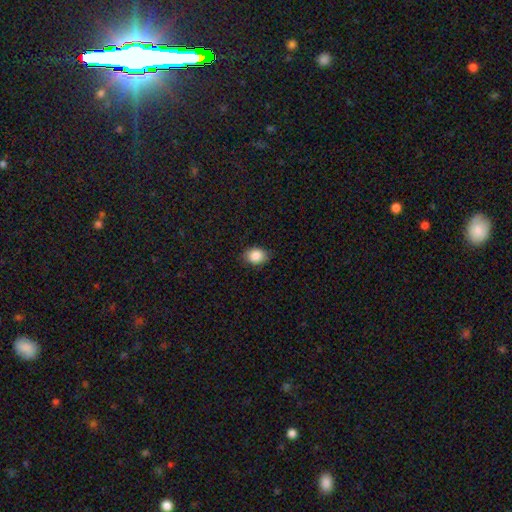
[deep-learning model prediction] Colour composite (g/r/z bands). It shows a smooth galaxy with no disk features (86%) that is in between round and cigar-shaped (63%). Merging: none (85%).